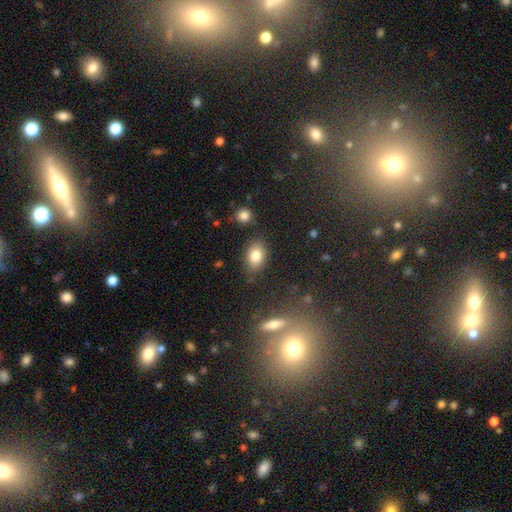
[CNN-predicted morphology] Smooth or featured: smooth — 82% (featured or disk — 9%)
How rounded: in between — 81% (round — 17%)
Merging: none — 82% (minor disturbance — 11%)